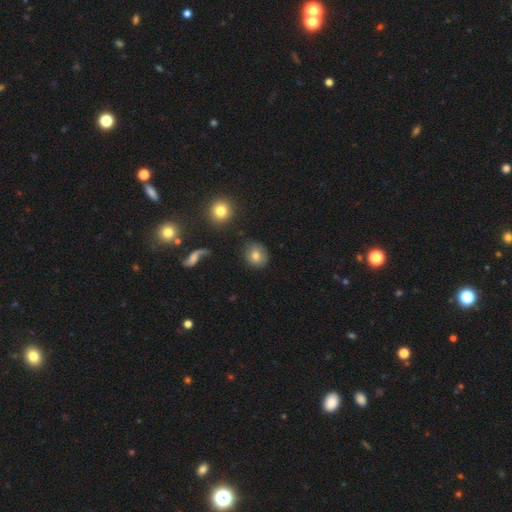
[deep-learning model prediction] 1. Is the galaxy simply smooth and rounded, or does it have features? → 75% smooth, 15% featured or disk, 10% star or artifact.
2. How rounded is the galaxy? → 79% round, 19% in between, 1% cigar-shaped.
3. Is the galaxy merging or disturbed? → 83% none, 11% minor disturbance, 4% major disturbance, 2% merger.